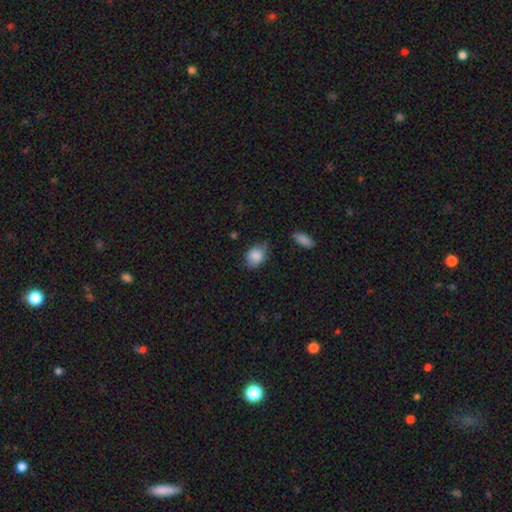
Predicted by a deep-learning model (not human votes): Smooth or featured: smooth — 85% (star or artifact — 7%)
How rounded: in between — 70% (round — 29%)
Merging: none — 59% (minor disturbance — 32%)